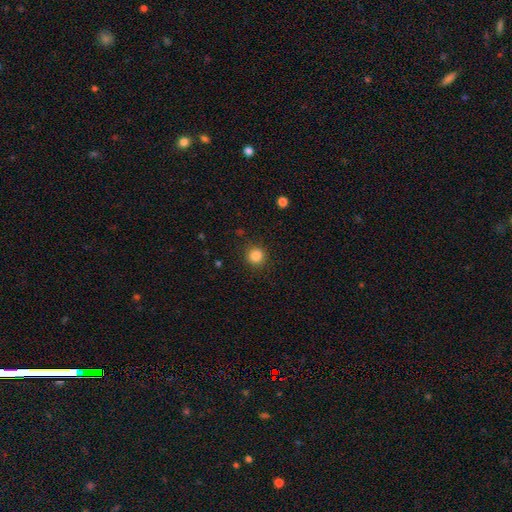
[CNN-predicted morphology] A smooth galaxy with no disk features (86%) that is round (93%). Merging: none (90%).